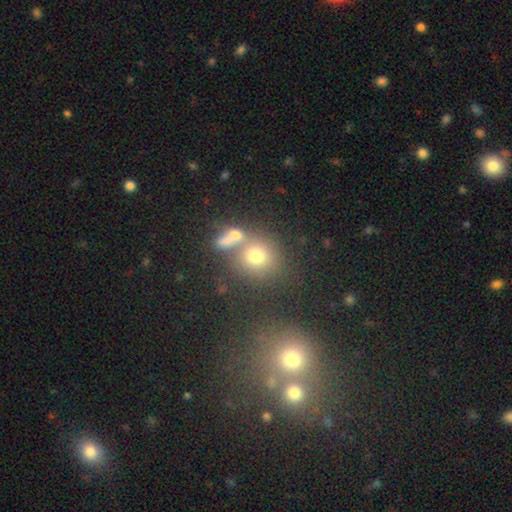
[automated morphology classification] A smooth galaxy with no disk features (70%) that is round (81%).

Vote fractions:
- Smooth or featured? smooth: 70% / star or artifact: 16% / featured or disk: 14%
- How rounded? round: 81% / in between: 17% / cigar-shaped: 1%
- Merging? none: 53% / merger: 31% / minor disturbance: 10% / major disturbance: 6%